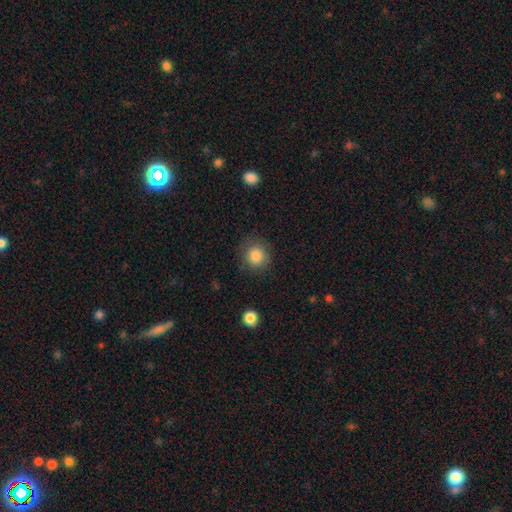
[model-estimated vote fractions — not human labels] A smooth galaxy with no disk features (85%) that is round (89%). Merging: none (83%).